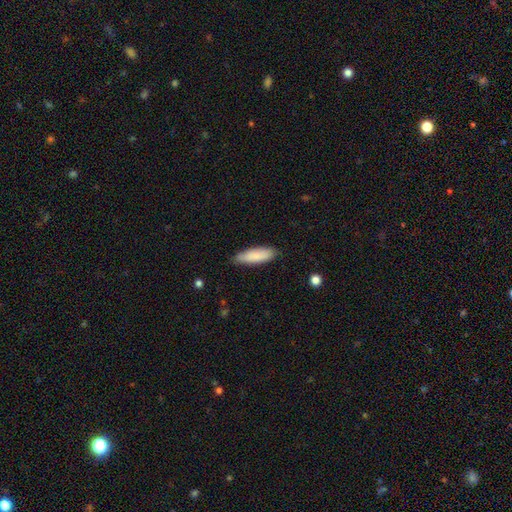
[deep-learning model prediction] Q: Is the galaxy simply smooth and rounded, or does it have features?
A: smooth — 85%.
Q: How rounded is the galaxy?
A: cigar-shaped — 52%.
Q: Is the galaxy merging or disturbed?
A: none — 81%.